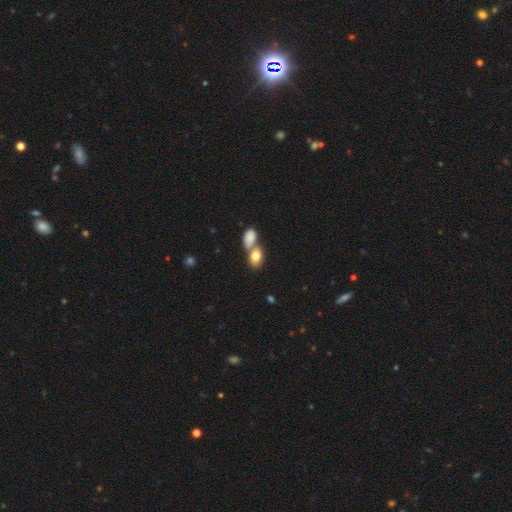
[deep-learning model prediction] Overall: smooth (82%). How rounded: in between (82%). Merging: merger (54%; none 34%).